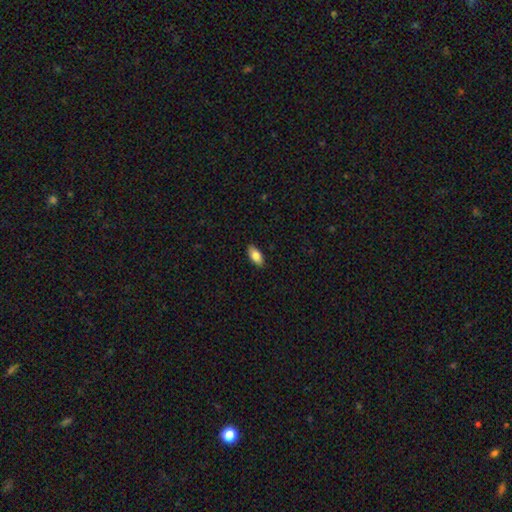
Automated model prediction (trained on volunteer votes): Smooth or featured? Predicted: smooth (p=0.82). How rounded? Predicted: in between (p=0.90). Merging? Predicted: none (p=0.89).